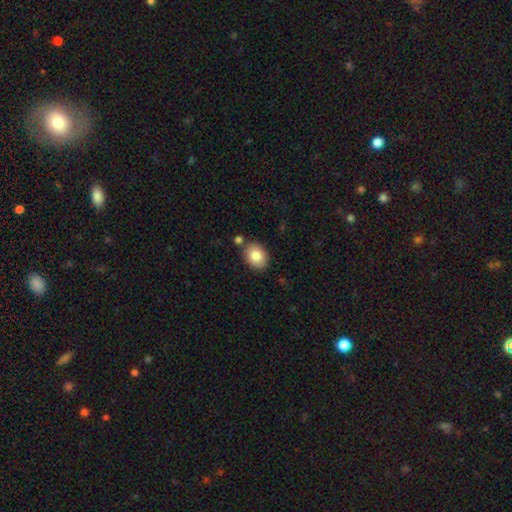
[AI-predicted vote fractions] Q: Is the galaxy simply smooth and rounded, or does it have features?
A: smooth — 83%.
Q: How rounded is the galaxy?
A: in between — 62%.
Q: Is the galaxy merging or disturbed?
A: none — 79%.